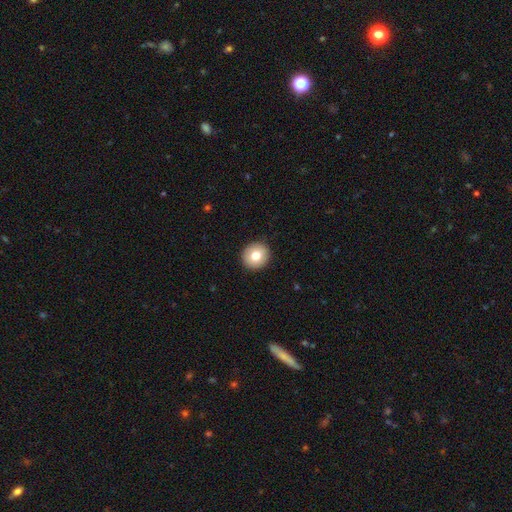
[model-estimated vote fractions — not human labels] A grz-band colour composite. It shows a smooth galaxy with no disk features (79%) that is round (90%). Merging: none (92%).